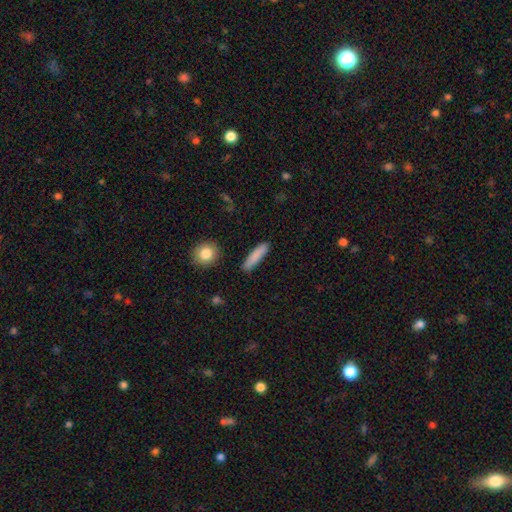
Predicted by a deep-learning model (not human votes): smooth 85%, featured or disk 9%, star or artifact 7%. Down the decision tree: how rounded — cigar-shaped (78%); merging — none (88%).